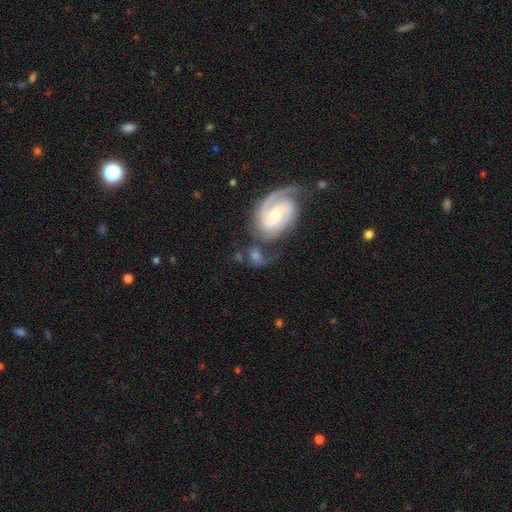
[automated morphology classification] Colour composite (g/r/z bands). It shows a featured or disk galaxy (65%) with a weak bar (46%), 2 (69%) medium (43%) spiral arms (92%) and a moderate central bulge (49%). Merging: none (44%).